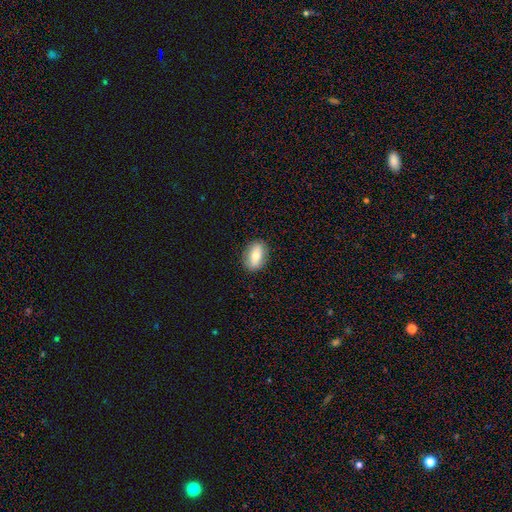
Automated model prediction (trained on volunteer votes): smooth_or_featured: smooth (p=0.72) [alt: featured or disk p=0.20]
how_rounded: in between (p=0.85) [alt: round p=0.11]
merging: none (p=0.86) [alt: minor disturbance p=0.11]